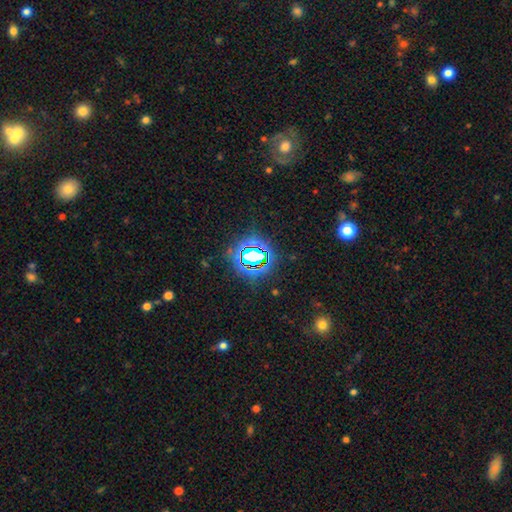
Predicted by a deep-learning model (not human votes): Smooth or featured? star or artifact (73%)